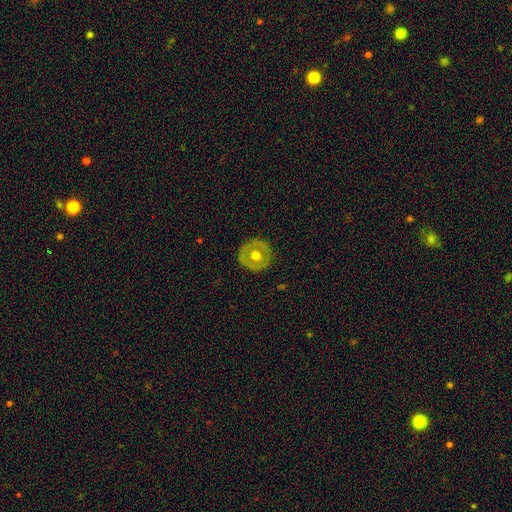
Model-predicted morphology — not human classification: type=smooth (47%, tied with featured or disk); merging=none (87%).